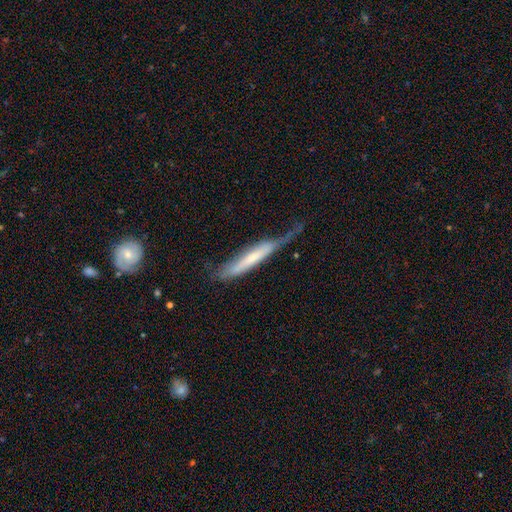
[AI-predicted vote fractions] Smooth or featured? Predicted: featured or disk (p=0.52). Edge-on disk? Predicted: yes (p=0.76). Merging? Predicted: none (p=0.37).